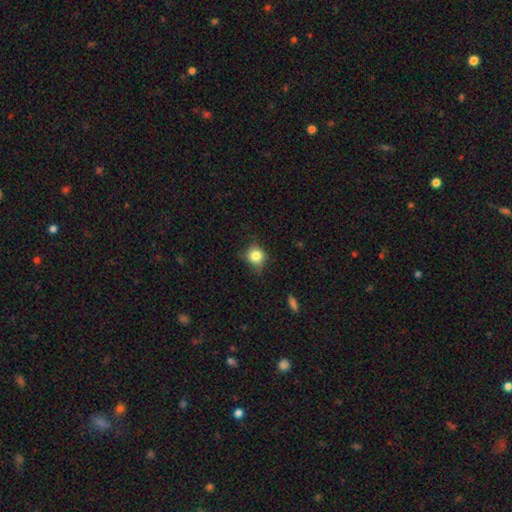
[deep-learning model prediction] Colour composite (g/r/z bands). It shows a smooth galaxy with no disk features (80%) that is round (80%). Merging: none (65%).